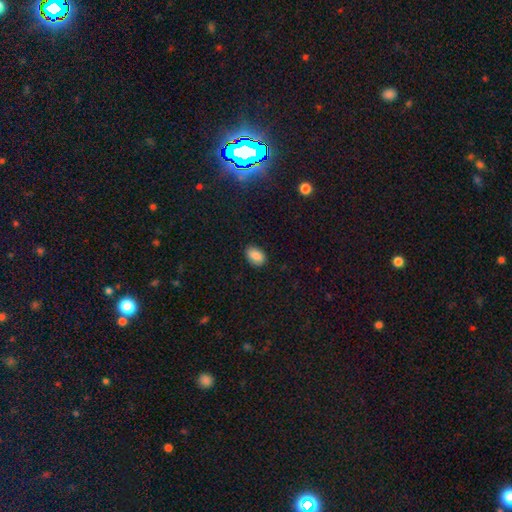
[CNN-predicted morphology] smooth_or_featured: smooth (p=0.87) [alt: star or artifact p=0.08]
how_rounded: in between (p=0.87) [alt: round p=0.11]
merging: none (p=0.85) [alt: minor disturbance p=0.12]